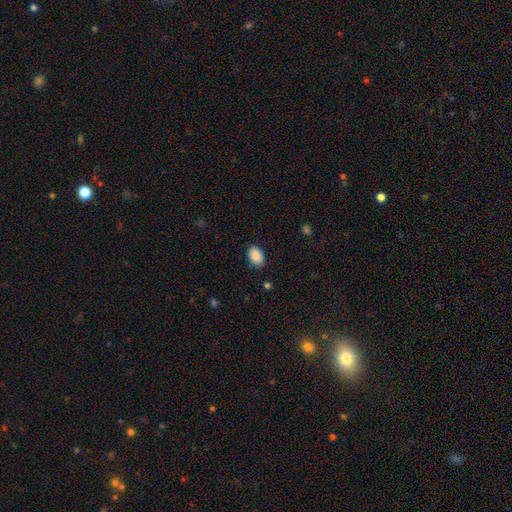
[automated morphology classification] smooth 90%, star or artifact 7%, featured or disk 3%. Down the decision tree: how rounded — in between (84%); merging — none (85%).